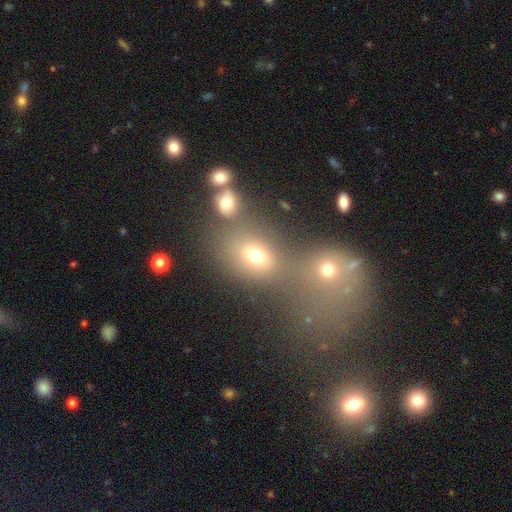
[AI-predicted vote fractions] This appears to be a smooth galaxy with no disk features (70%) that is in between round and cigar-shaped (53%). Merging: none (49%).